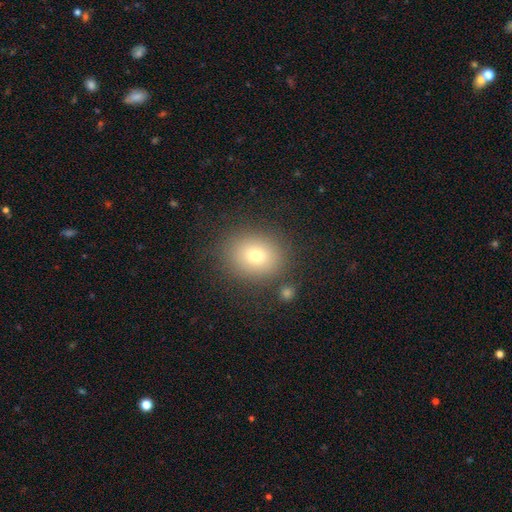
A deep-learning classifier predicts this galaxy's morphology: Smooth or featured? smooth (74%)
How rounded? round (57%)
Merging? none (82%)